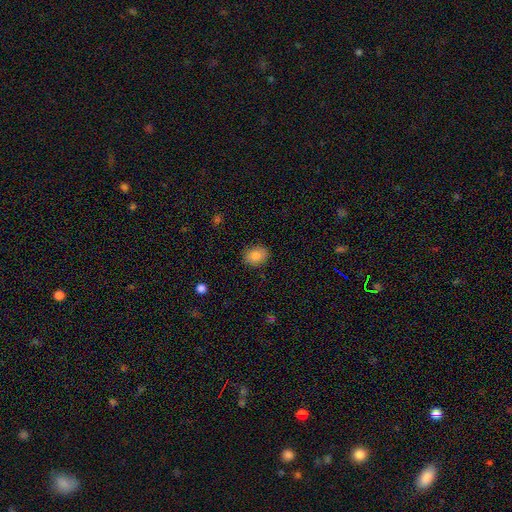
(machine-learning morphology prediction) Smooth or featured?
  - smooth: 86% *
  - star or artifact: 8%
  - featured or disk: 6%
How rounded?
  - in between: 56% *
  - round: 43%
  - cigar-shaped: 1%
Merging?
  - none: 86% *
  - minor disturbance: 11%
  - major disturbance: 3%
  - merger: 1%